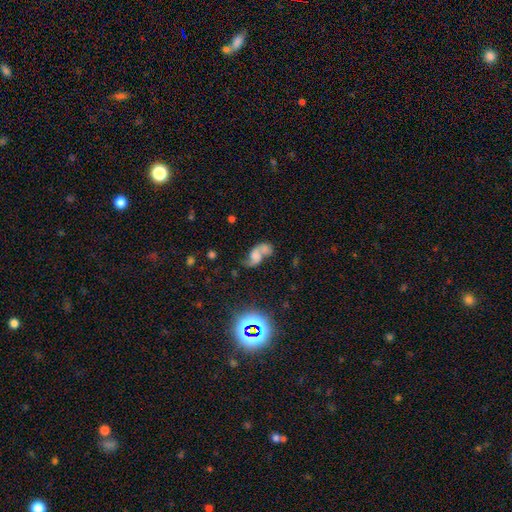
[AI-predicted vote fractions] featured or disk 46%, smooth 36%, star or artifact 18%. Down the decision tree: merging — merger (51%).